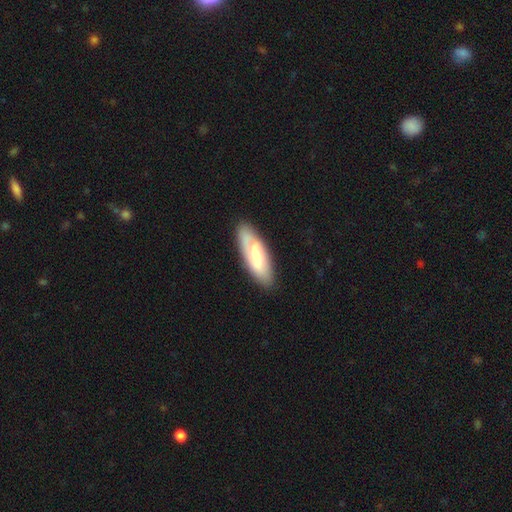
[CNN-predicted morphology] Smooth or featured? smooth (59%)
How rounded? in between (53%)
Merging? none (79%)